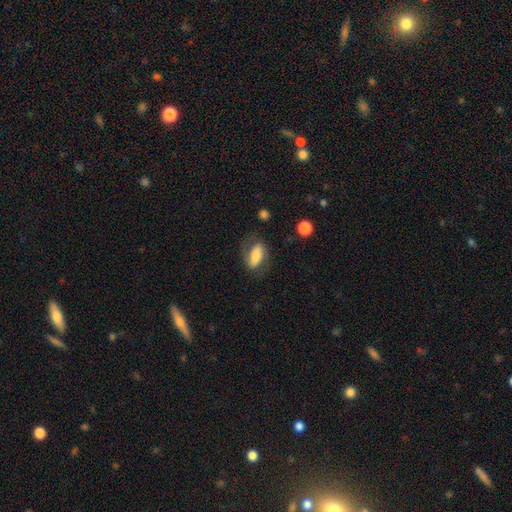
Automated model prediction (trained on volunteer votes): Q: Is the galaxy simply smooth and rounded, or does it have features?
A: smooth — 57%.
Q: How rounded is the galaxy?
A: in between — 83%.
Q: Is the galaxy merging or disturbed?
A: none — 68%.